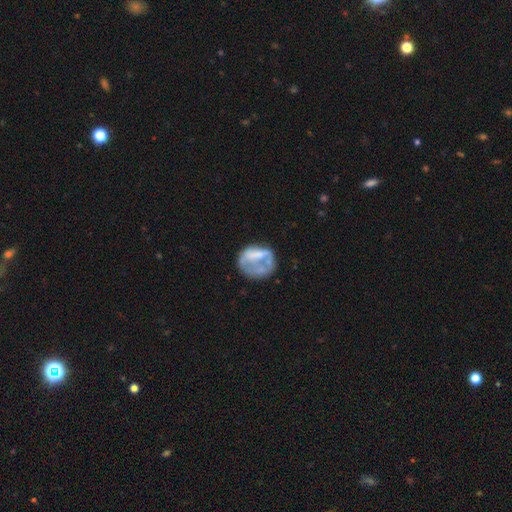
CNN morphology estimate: A featured or disk galaxy (46%). Merging: none (39%).